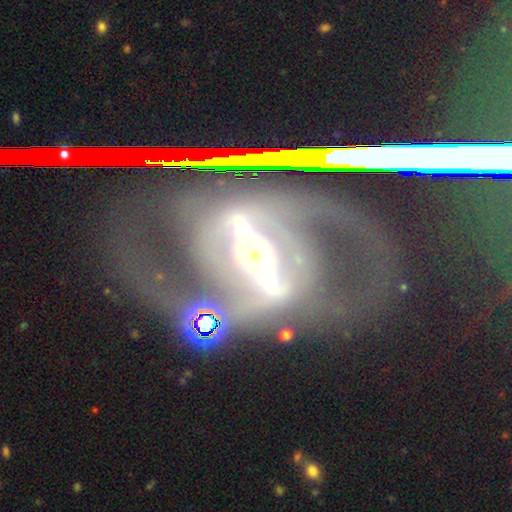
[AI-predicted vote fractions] featured or disk 86%, star or artifact 9%, smooth 5%. Down the decision tree: edge-on disk — no (90%); bar — strong (82%); spiral arms — yes (83%); spiral arm count — 2 (83%); spiral winding — medium (49%); bulge size — small (52%); merging — none (58%).